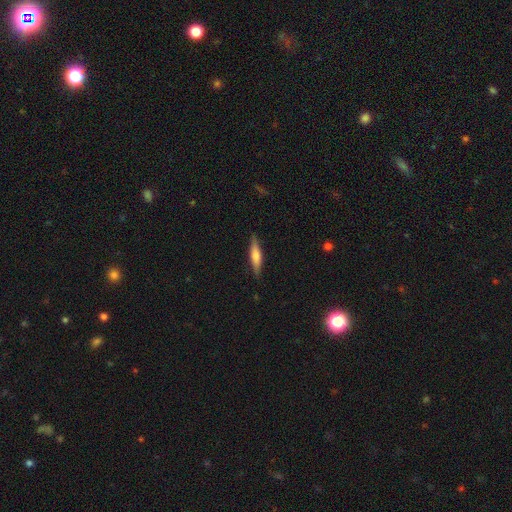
This appears to be a featured or disk galaxy (51%) viewed edge-on (100%) with a rounded central bulge (74%). Merging: none (86%).